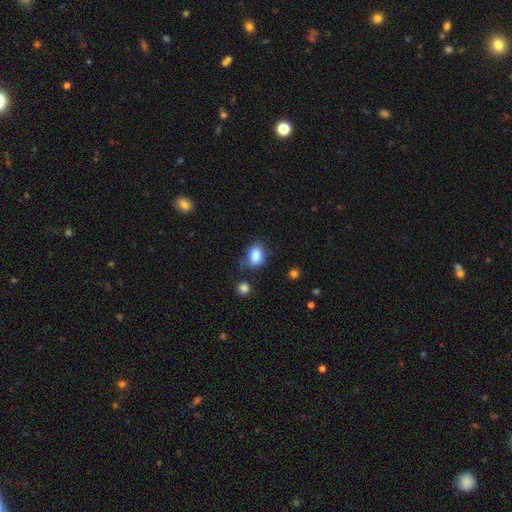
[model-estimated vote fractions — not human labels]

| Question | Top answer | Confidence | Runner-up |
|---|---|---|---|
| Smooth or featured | smooth | 84% | star or artifact (9%) |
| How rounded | in between | 74% | round (24%) |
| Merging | none | 57% | minor disturbance (28%) |